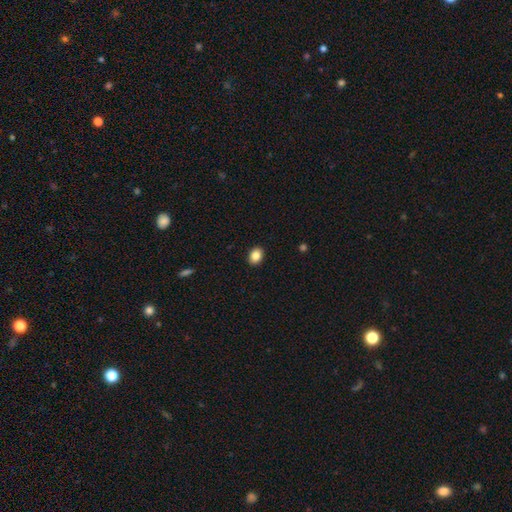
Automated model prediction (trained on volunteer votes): Smooth or featured? Predicted: smooth (p=0.85). How rounded? Predicted: in between (p=0.63). Merging? Predicted: none (p=0.91).